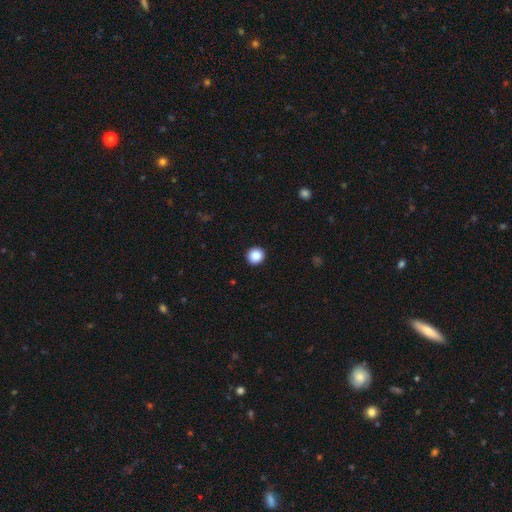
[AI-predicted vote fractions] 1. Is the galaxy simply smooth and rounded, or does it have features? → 88% smooth, 9% star or artifact, 3% featured or disk.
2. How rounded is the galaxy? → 93% round, 6% in between, 1% cigar-shaped.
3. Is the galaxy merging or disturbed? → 93% none, 4% minor disturbance, 1% major disturbance, 1% merger.